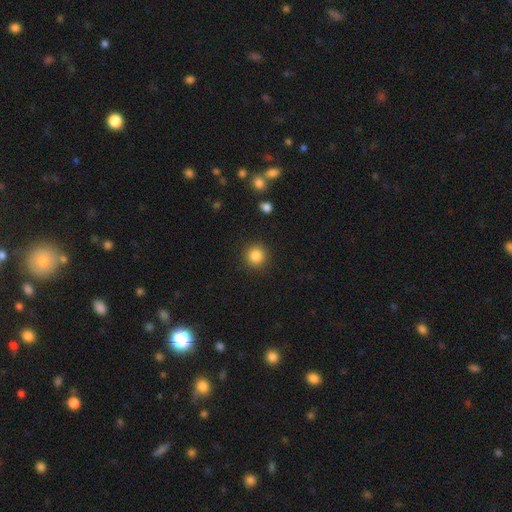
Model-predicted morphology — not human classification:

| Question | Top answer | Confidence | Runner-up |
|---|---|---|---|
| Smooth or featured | smooth | 85% | star or artifact (11%) |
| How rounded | round | 94% | in between (5%) |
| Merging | none | 91% | minor disturbance (6%) |